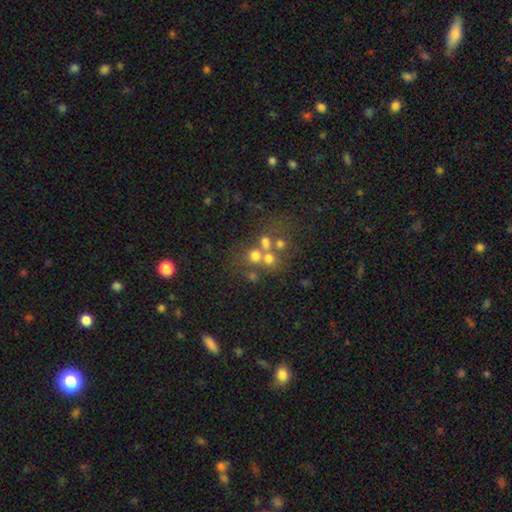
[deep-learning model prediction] Smooth or featured: smooth — 53% (featured or disk — 25%)
How rounded: round — 84% (in between — 15%)
Merging: none — 43% (merger — 42%)